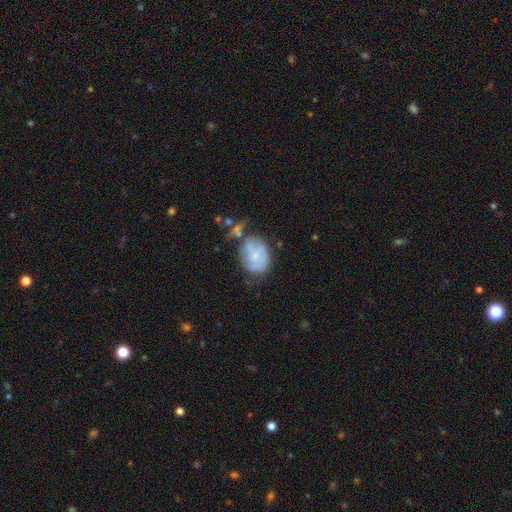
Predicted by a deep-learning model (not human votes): Smooth or featured?
  - smooth: 54% *
  - featured or disk: 39%
  - star or artifact: 8%
How rounded?
  - in between: 56% *
  - round: 43%
  - cigar-shaped: 1%
Merging?
  - none: 44% *
  - minor disturbance: 30%
  - major disturbance: 14%
  - merger: 12%